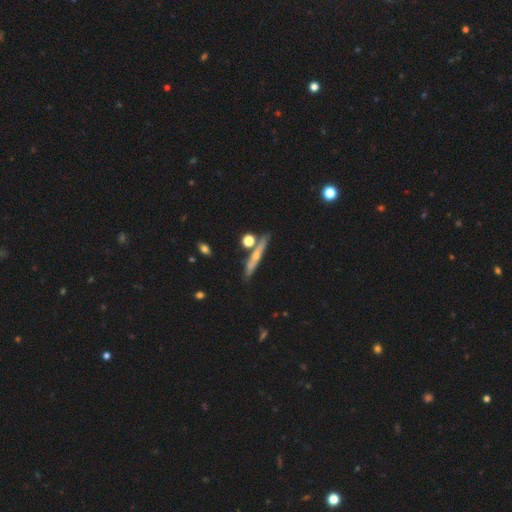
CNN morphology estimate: Q: Smooth or featured?
A: featured or disk (54%); runner-up: smooth (37%)
Q: Edge-on disk?
A: yes (89%); runner-up: no (11%)
Q: Merging?
A: none (74%); runner-up: minor disturbance (12%)